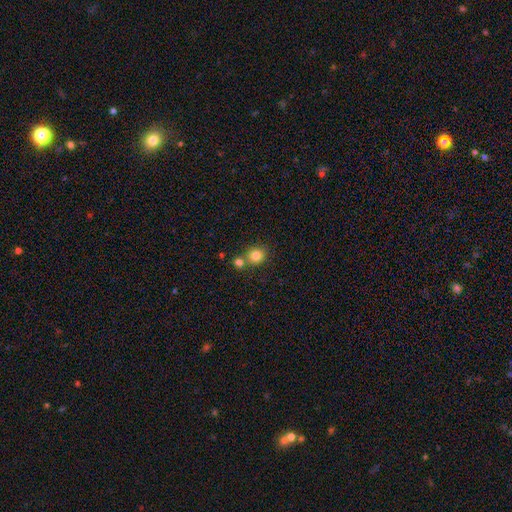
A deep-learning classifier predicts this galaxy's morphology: Smooth or featured? Predicted: smooth (p=0.82). How rounded? Predicted: round (p=0.81). Merging? Predicted: none (p=0.62).